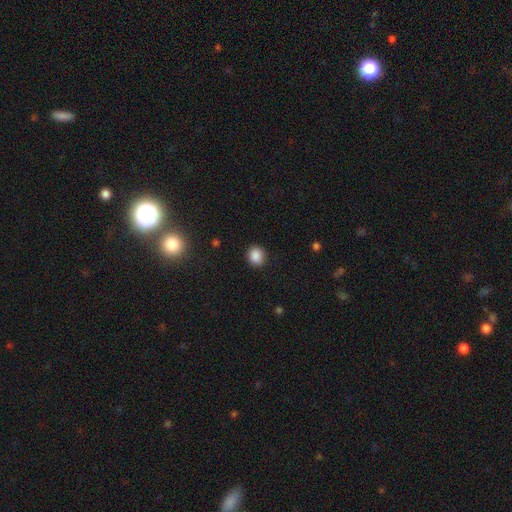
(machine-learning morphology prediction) This appears to be a smooth galaxy with no disk features (87%) that is round (79%). Merging: none (90%).